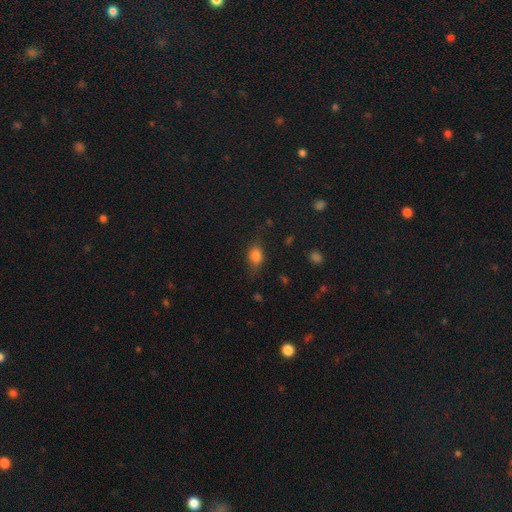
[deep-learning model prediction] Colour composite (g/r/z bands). It shows a smooth galaxy with no disk features (81%) that is in between round and cigar-shaped (71%). Merging: none (71%).